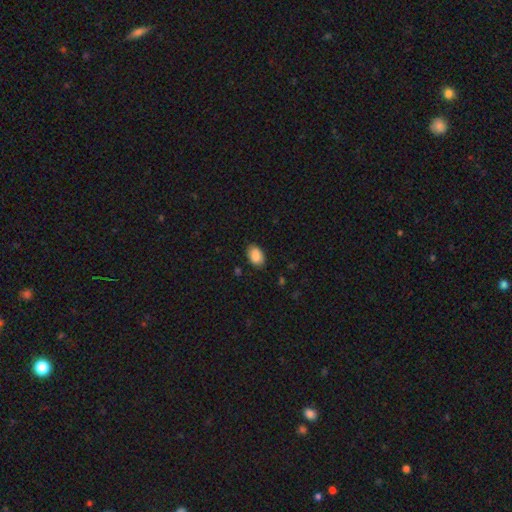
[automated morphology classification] A smooth galaxy with no disk features (88%) that is in between round and cigar-shaped (89%).

Vote fractions:
- Smooth or featured? smooth: 88% / star or artifact: 7% / featured or disk: 5%
- How rounded? in between: 89% / round: 10% / cigar-shaped: 1%
- Merging? none: 85% / minor disturbance: 12% / major disturbance: 2% / merger: 1%